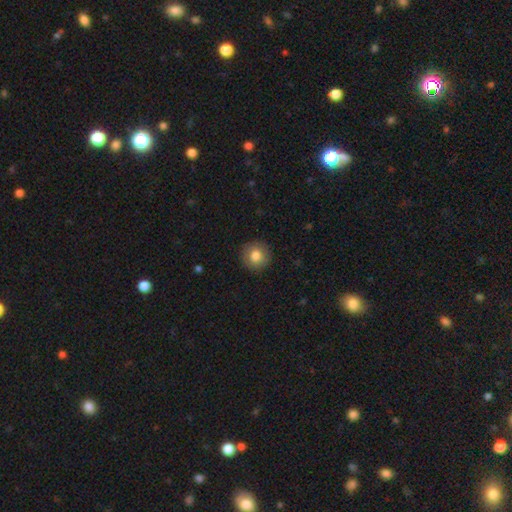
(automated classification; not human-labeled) A smooth galaxy with no disk features (81%) that is round (94%). Merging: none (91%).